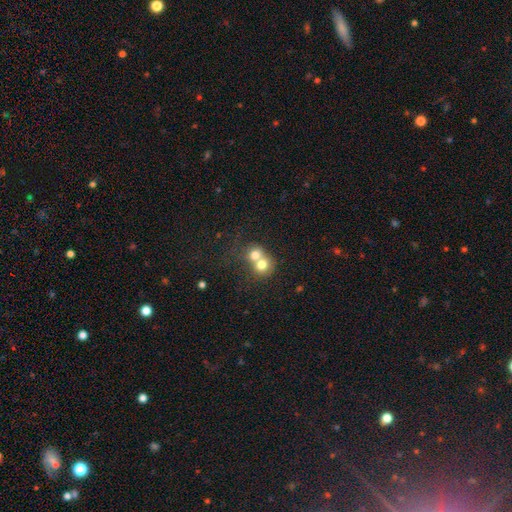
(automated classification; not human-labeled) Smooth or featured? smooth (72%)
How rounded? round (73%)
Merging? merger (71%)